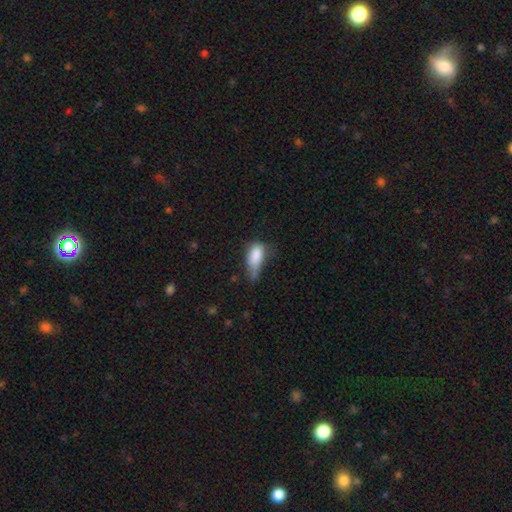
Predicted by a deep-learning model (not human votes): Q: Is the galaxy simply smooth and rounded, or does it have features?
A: smooth — 79%.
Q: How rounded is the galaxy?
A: in between — 84%.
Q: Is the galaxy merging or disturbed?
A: minor disturbance — 42%.